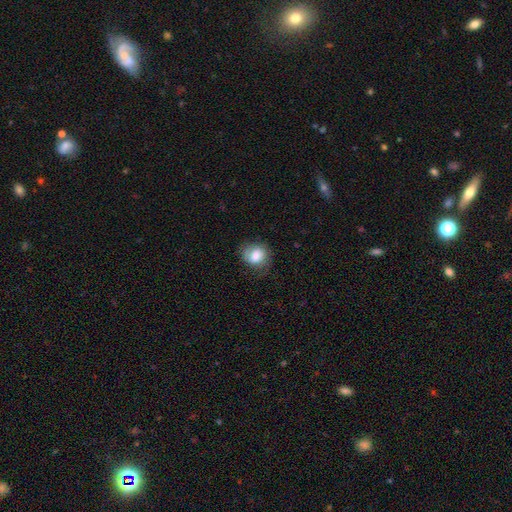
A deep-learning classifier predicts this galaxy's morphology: Smooth or featured?
  - smooth: 72% *
  - featured or disk: 20%
  - star or artifact: 8%
How rounded?
  - round: 63% *
  - in between: 36%
  - cigar-shaped: 1%
Merging?
  - none: 67% *
  - minor disturbance: 23%
  - major disturbance: 9%
  - merger: 1%